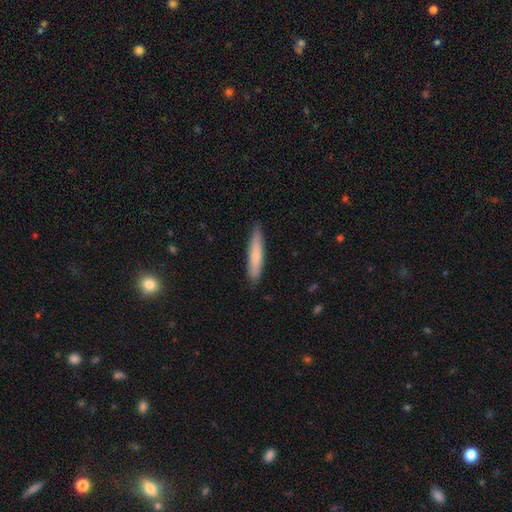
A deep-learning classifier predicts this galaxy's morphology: type=smooth (75%); roundness=cigar-shaped (88%); merging=none (87%).